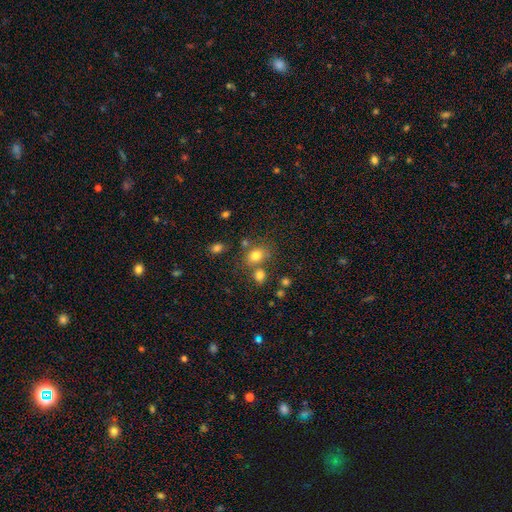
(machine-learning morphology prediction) smooth-or-featured: smooth: 76% | star or artifact: 14% | featured or disk: 9%
  how-rounded: round: 51% | in between: 48% | cigar-shaped: 1%
  merging: none: 59% | merger: 23% | minor disturbance: 13% | major disturbance: 5%